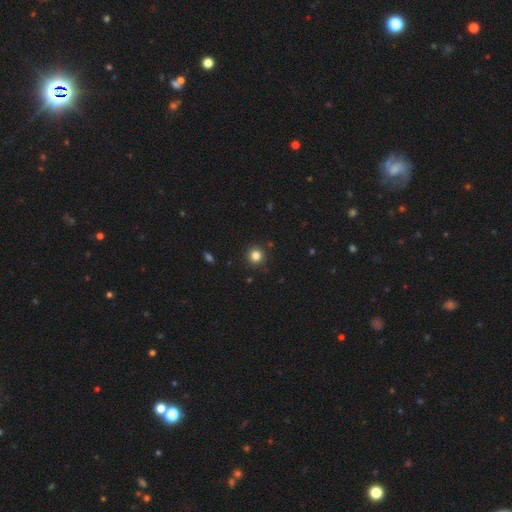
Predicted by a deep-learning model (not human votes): smooth-or-featured: smooth: 82% | star or artifact: 13% | featured or disk: 5%
  how-rounded: round: 95% | in between: 4% | cigar-shaped: 1%
  merging: none: 91% | minor disturbance: 5% | major disturbance: 2% | merger: 1%